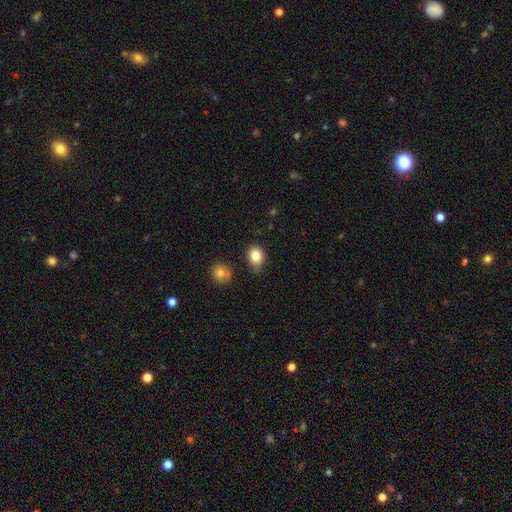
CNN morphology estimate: Smooth or featured?
  - smooth: 82% *
  - star or artifact: 10%
  - featured or disk: 8%
How rounded?
  - in between: 50% *
  - round: 49%
  - cigar-shaped: 1%
Merging?
  - none: 70% *
  - minor disturbance: 22%
  - major disturbance: 4%
  - merger: 4%